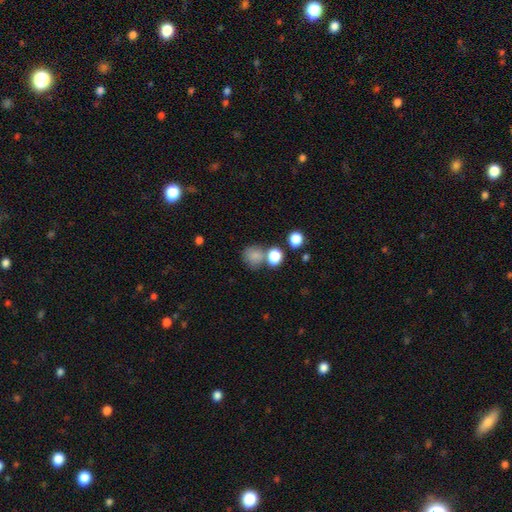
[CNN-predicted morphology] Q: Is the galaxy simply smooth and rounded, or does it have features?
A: smooth — 80%.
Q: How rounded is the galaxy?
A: round — 77%.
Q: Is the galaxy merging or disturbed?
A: none — 56%.